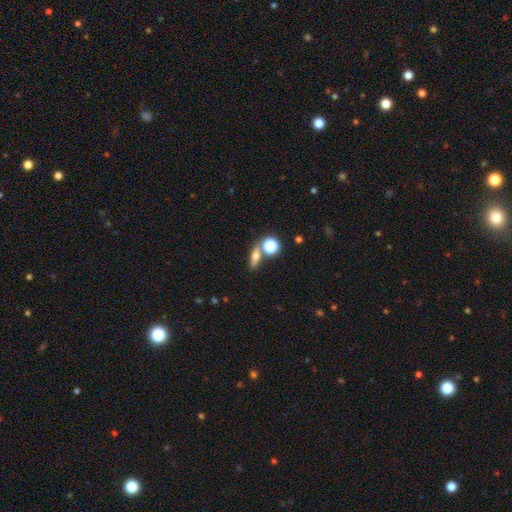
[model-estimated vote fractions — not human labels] Smooth or featured? smooth (55%)
How rounded? in between (40%)
Merging? none (67%)